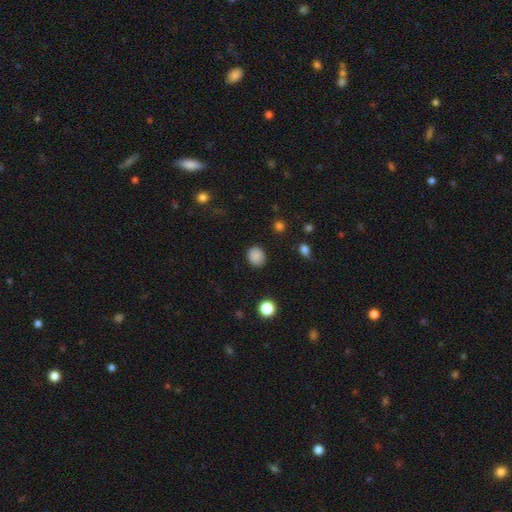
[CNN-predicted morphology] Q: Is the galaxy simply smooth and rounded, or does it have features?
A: smooth — 86%.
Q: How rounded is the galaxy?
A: round — 67%.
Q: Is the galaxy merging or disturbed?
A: none — 85%.